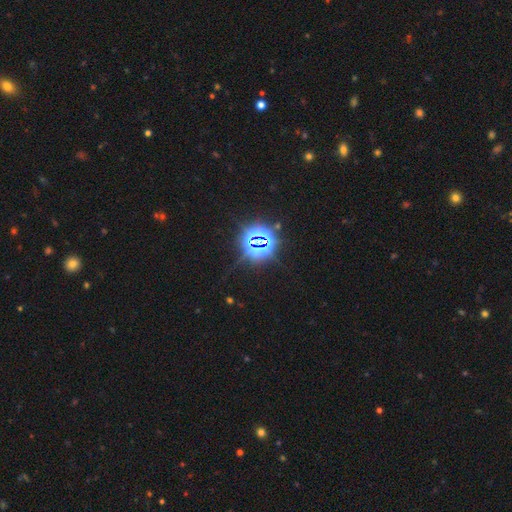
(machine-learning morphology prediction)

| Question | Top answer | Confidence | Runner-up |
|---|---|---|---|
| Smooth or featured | star or artifact | 82% | smooth (10%) |